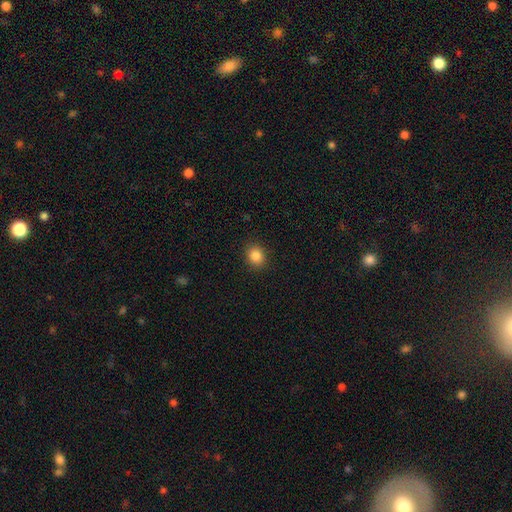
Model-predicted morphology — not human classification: This is clearly a smooth galaxy (85%). How rounded: likely round (67%). Merging: clearly none (90%).